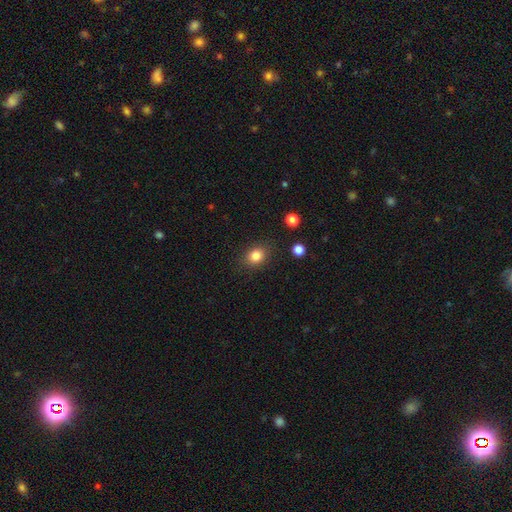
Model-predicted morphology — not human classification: Smooth or featured? Predicted: smooth (p=0.83). How rounded? Predicted: round (p=0.51). Merging? Predicted: none (p=0.85).